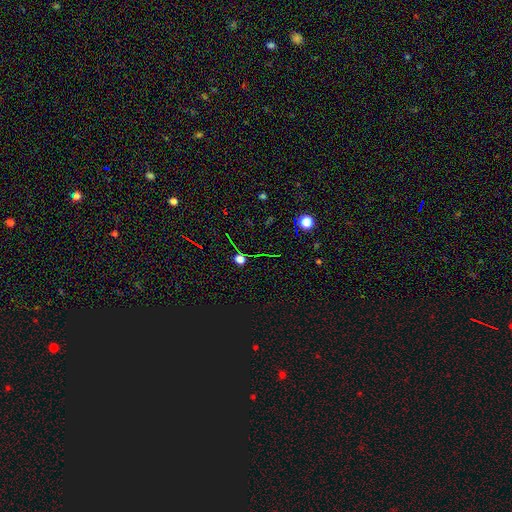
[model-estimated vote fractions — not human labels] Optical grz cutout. It shows a star or artifact, not a galaxy (70%).